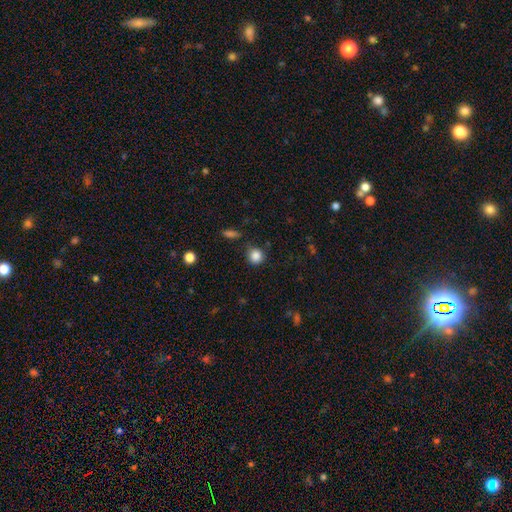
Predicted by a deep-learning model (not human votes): smooth_or_featured: smooth (p=0.86) [alt: star or artifact p=0.10]
how_rounded: round (p=0.89) [alt: in between p=0.10]
merging: none (p=0.79) [alt: minor disturbance p=0.14]